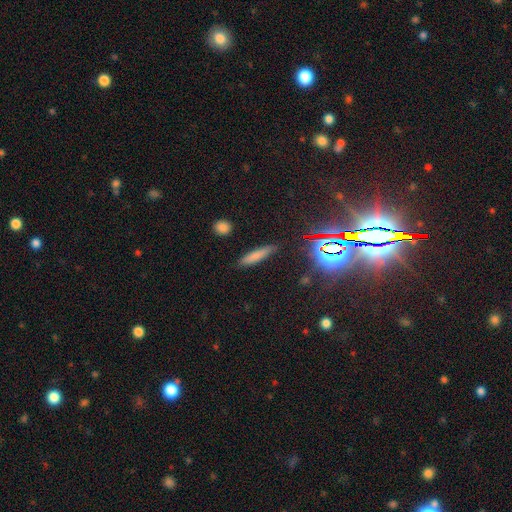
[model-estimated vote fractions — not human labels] A smooth galaxy with no disk features (74%) that is cigar-shaped (81%). Merging: none (86%).